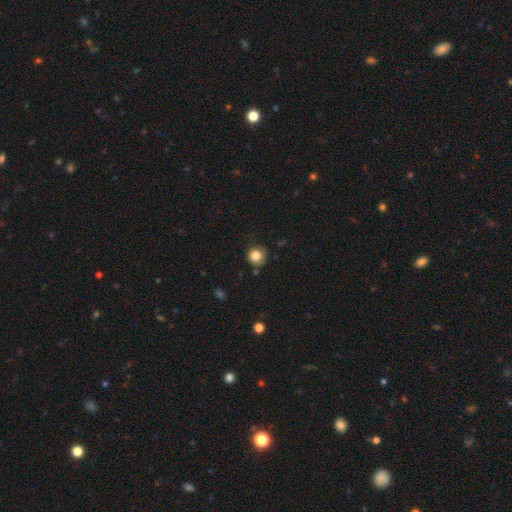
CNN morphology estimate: This is clearly a smooth galaxy (83%). How rounded: clearly round (89%). Merging: likely none (71%).